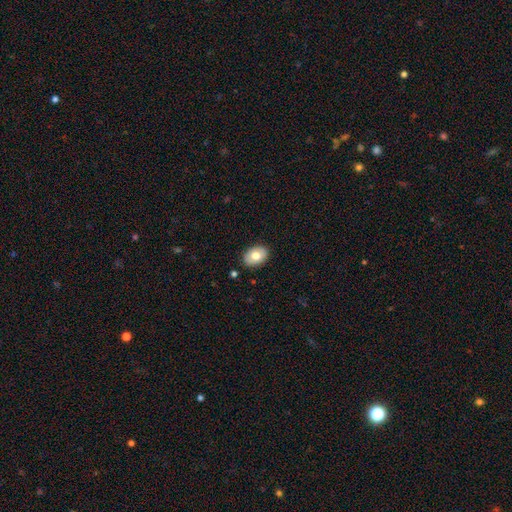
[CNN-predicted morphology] smooth_or_featured: smooth (p=0.75) [alt: featured or disk p=0.18]
how_rounded: in between (p=0.81) [alt: round p=0.18]
merging: none (p=0.88) [alt: minor disturbance p=0.09]